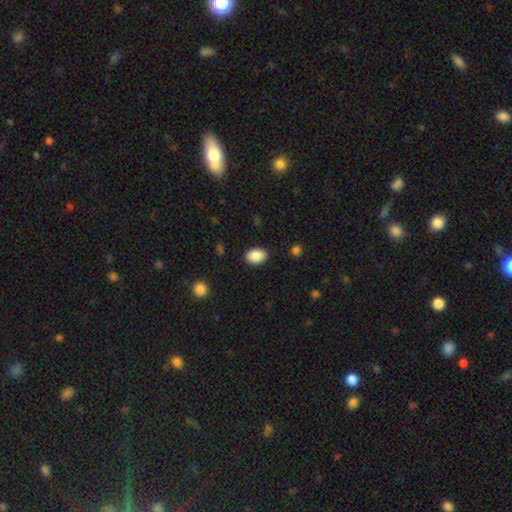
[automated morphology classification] type=smooth (89%); roundness=in between (85%); merging=none (88%).